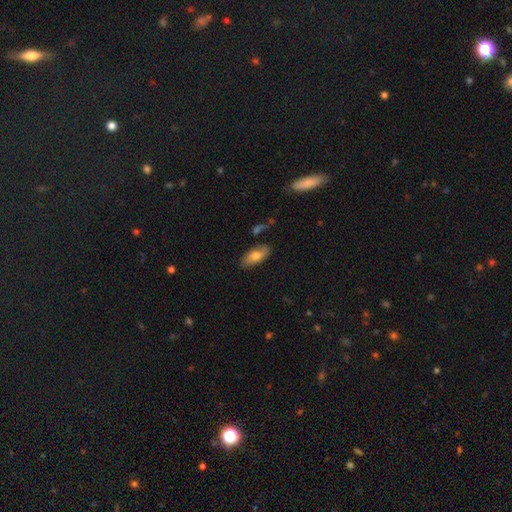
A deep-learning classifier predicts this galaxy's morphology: Smooth or featured? Predicted: smooth (p=0.72). How rounded? Predicted: in between (p=0.88). Merging? Predicted: none (p=0.79).